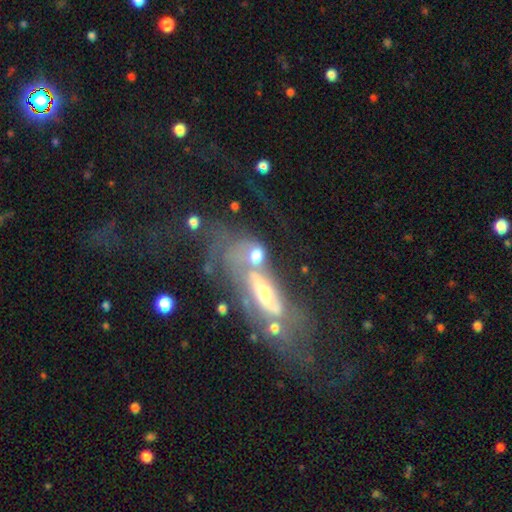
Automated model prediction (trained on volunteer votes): This appears to be a featured or disk galaxy (55%). Merging: merger (57%).